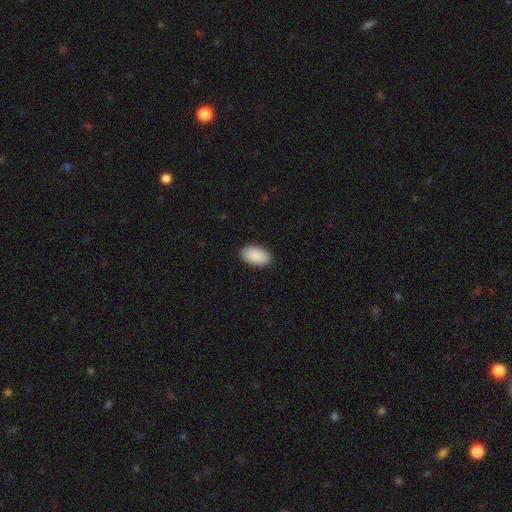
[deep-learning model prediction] Overall: smooth (91%). How rounded: in between (95%). Merging: none (90%).